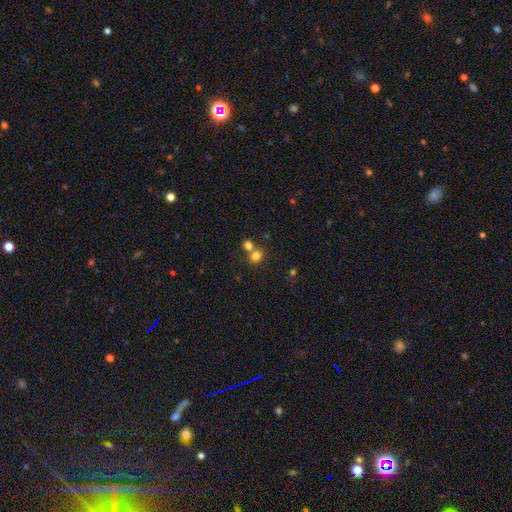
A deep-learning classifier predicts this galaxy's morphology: smooth_or_featured: smooth (p=0.78) [alt: star or artifact p=0.13]
how_rounded: round (p=0.61) [alt: in between p=0.38]
merging: merger (p=0.47) [alt: none p=0.43]